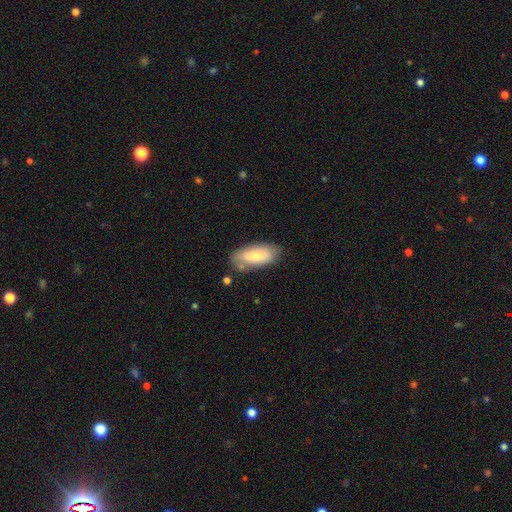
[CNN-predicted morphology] Smooth or featured?
  - smooth: 68% *
  - featured or disk: 26%
  - star or artifact: 6%
How rounded?
  - in between: 90% *
  - cigar-shaped: 7%
  - round: 3%
Merging?
  - none: 70% *
  - minor disturbance: 20%
  - merger: 5%
  - major disturbance: 5%